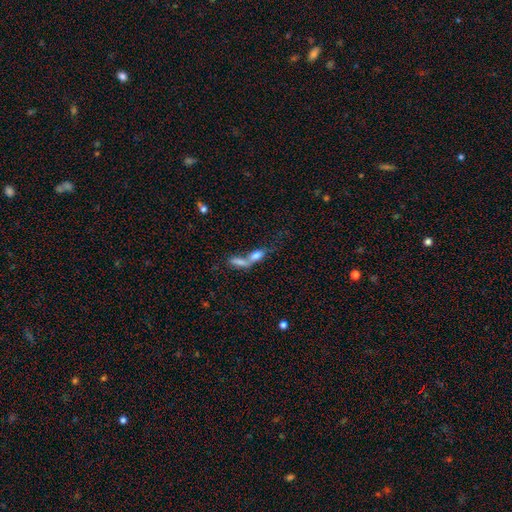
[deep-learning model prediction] Morphology: type=smooth (70%); roundness=in between (67%); merging=merger (70%).